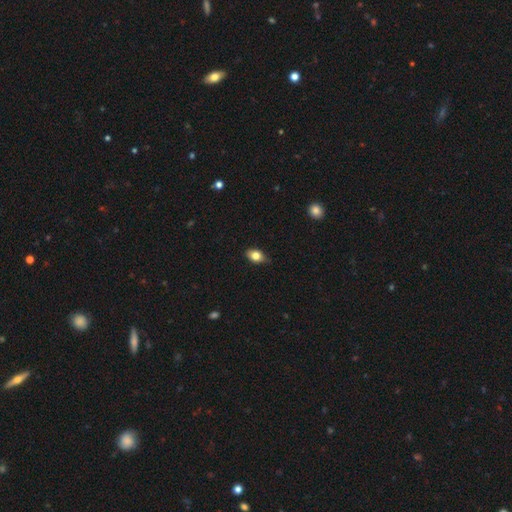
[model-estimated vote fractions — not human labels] Morphology: type=smooth (79%); roundness=in between (79%); merging=none (73%).